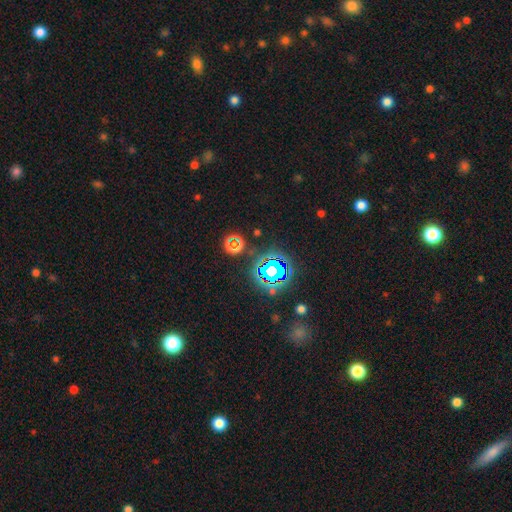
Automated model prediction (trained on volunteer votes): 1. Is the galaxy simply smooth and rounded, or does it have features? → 78% star or artifact, 15% smooth, 8% featured or disk.